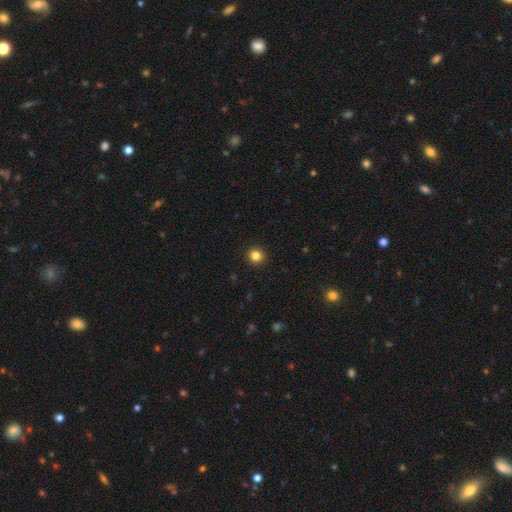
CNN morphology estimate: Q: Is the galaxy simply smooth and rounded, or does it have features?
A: smooth — 84%.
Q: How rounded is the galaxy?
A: round — 93%.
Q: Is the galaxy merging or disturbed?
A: none — 93%.